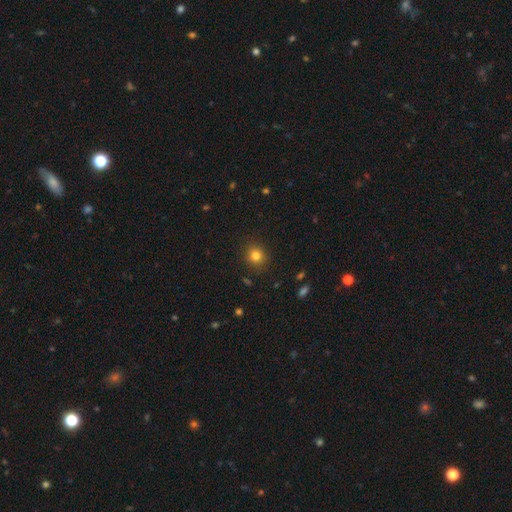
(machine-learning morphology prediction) This appears to be a smooth galaxy with no disk features (81%) that is round (86%). Merging: none (89%).